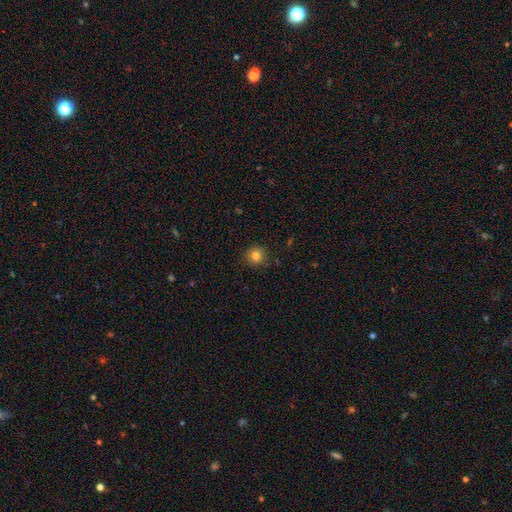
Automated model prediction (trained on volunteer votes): A smooth galaxy with no disk features (83%) that is round (93%). Merging: none (90%).